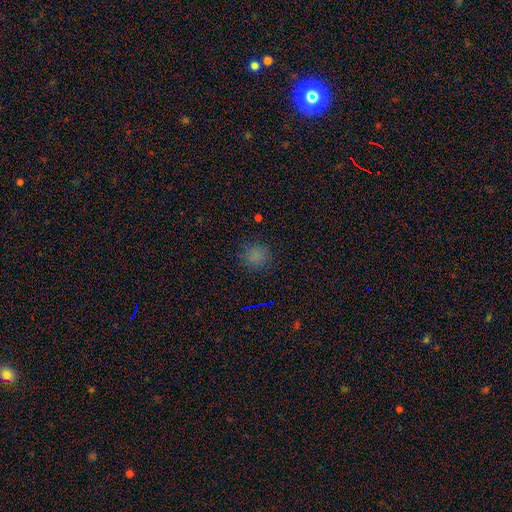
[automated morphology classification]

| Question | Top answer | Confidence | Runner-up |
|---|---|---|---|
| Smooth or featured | smooth | 72% | star or artifact (22%) |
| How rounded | round | 87% | in between (11%) |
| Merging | none | 84% | minor disturbance (11%) |